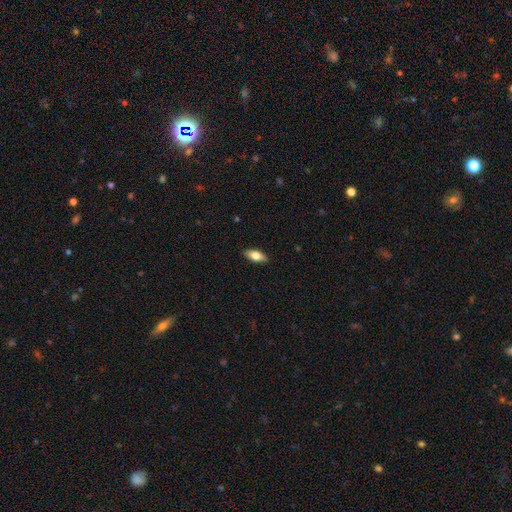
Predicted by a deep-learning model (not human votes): Overall: smooth (72%). How rounded: in between (83%). Merging: none (89%).